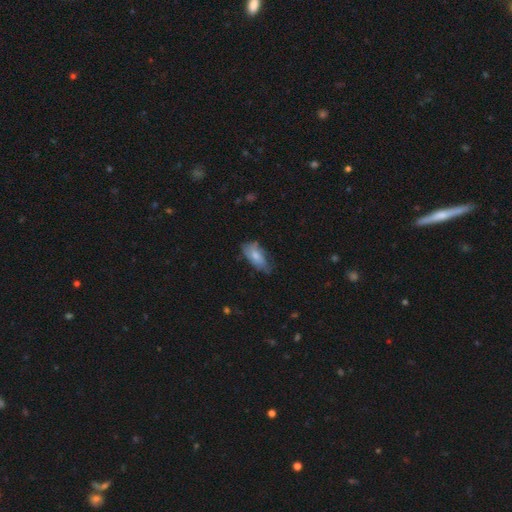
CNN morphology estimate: This is likely a smooth galaxy (69%). How rounded: clearly in between (89%). Merging: possibly none (52%).